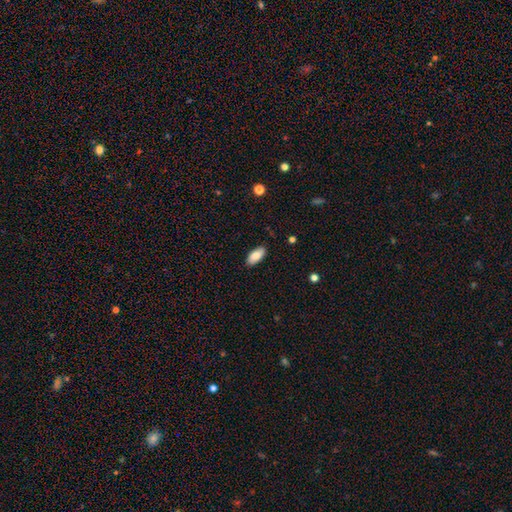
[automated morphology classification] The model was most divided on "smooth or featured": smooth: 83%, featured or disk: 10%, star or artifact: 6%. More confident: how rounded — in between (89%); merging — none (87%).